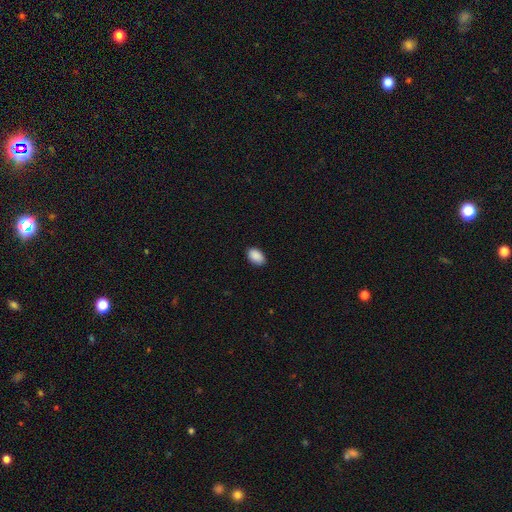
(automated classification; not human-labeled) This is clearly a smooth galaxy (90%). How rounded: clearly in between (92%). Merging: clearly none (87%).